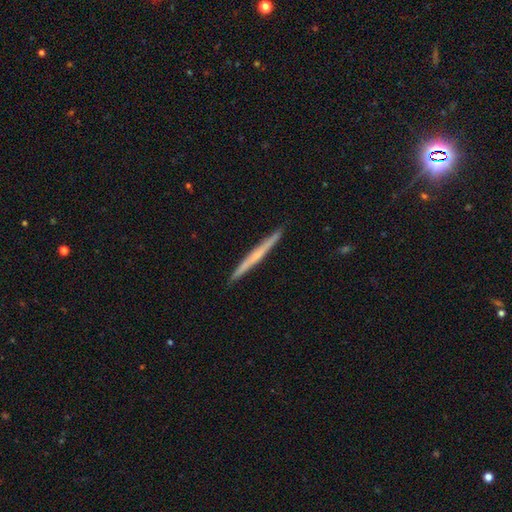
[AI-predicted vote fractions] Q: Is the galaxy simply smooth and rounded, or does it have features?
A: featured or disk — 55%.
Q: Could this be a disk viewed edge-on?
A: yes — 98%.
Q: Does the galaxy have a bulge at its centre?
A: none — 72%.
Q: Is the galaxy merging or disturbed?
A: none — 93%.